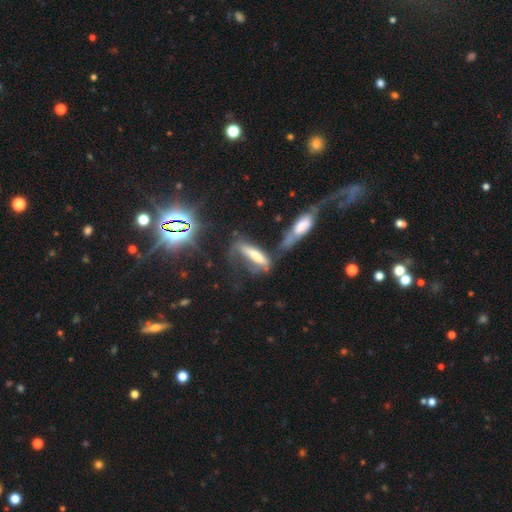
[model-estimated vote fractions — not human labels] smooth_or_featured: smooth (p=0.45) [alt: featured or disk p=0.42]
merging: merger (p=0.39) [alt: none p=0.23]